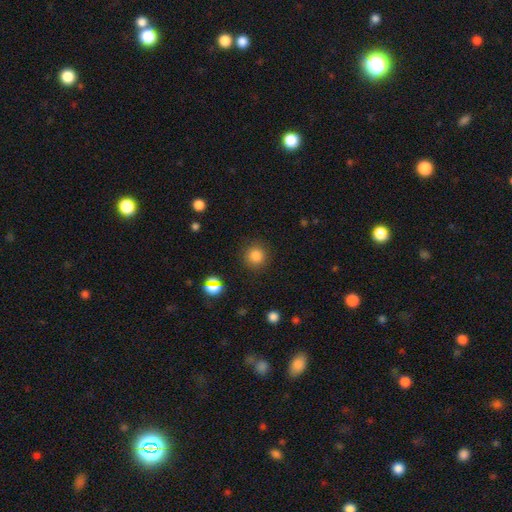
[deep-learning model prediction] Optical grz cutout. It shows a smooth galaxy with no disk features (82%) that is round (93%). Merging: none (88%).